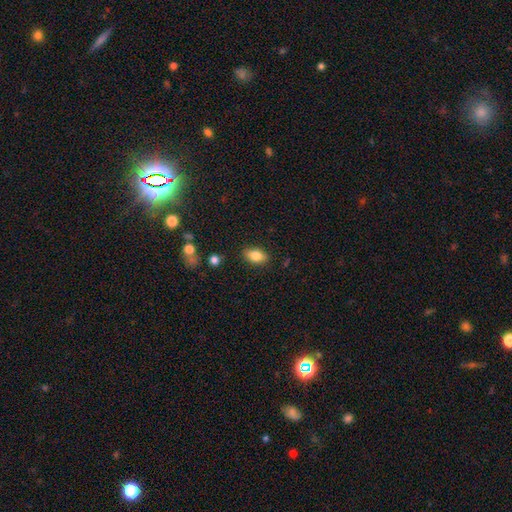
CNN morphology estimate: A smooth galaxy with no disk features (80%) that is in between round and cigar-shaped (87%). Merging: none (86%).